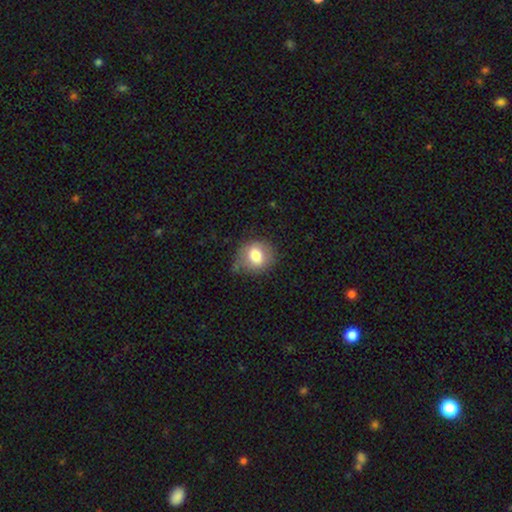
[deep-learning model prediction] smooth-or-featured: smooth: 76% | featured or disk: 15% | star or artifact: 8%
  how-rounded: round: 71% | in between: 28% | cigar-shaped: 1%
  merging: none: 64% | minor disturbance: 26% | major disturbance: 8% | merger: 2%